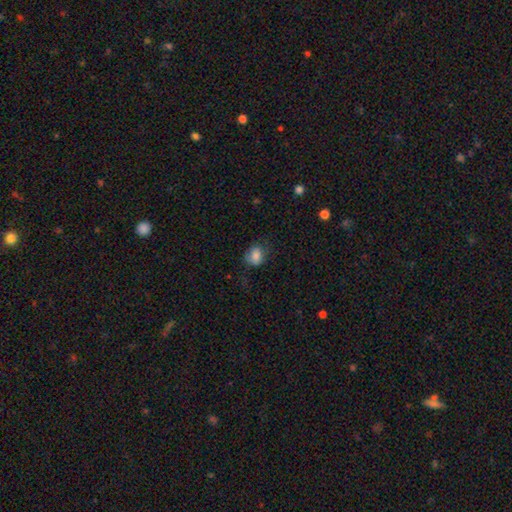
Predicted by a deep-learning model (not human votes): smooth_or_featured: smooth (p=0.79) [alt: featured or disk p=0.12]
how_rounded: round (p=0.52) [alt: in between p=0.47]
merging: none (p=0.60) [alt: minor disturbance p=0.26]